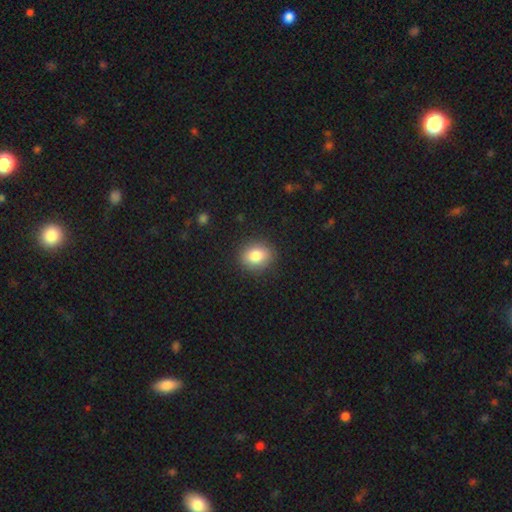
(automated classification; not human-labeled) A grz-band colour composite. It shows a smooth galaxy with no disk features (83%) that is round (65%). Merging: none (88%).